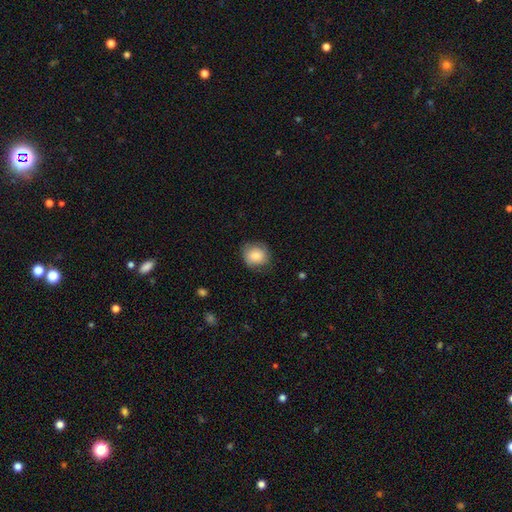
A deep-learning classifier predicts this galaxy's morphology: Overall: smooth (78%). How rounded: round (78%). Merging: none (73%).